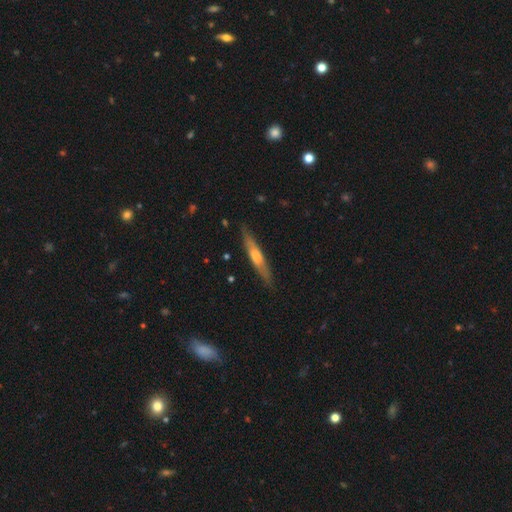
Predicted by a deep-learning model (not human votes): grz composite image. It shows a featured or disk galaxy (62%) viewed edge-on (95%) with a rounded central bulge (78%). Merging: none (88%).